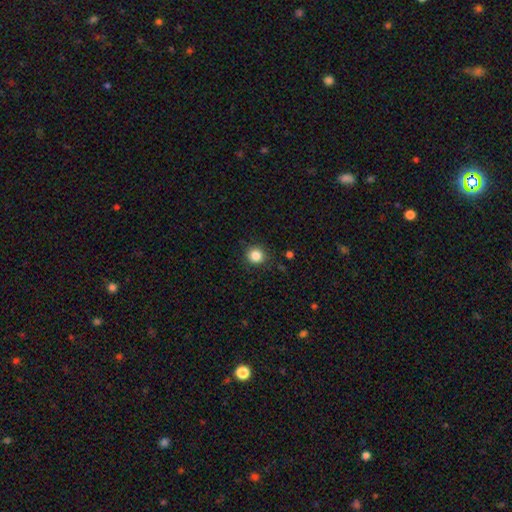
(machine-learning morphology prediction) Overall: smooth (84%). How rounded: round (91%). Merging: none (88%).